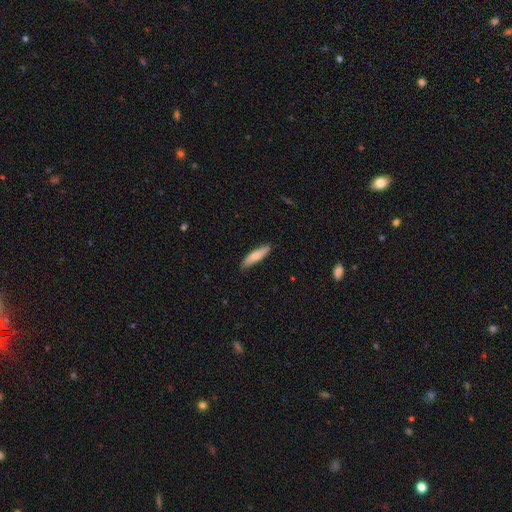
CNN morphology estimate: A smooth galaxy with no disk features (73%) that is cigar-shaped (79%). Merging: none (85%).